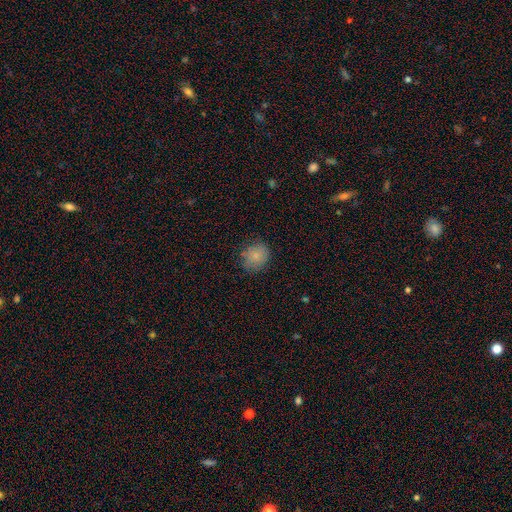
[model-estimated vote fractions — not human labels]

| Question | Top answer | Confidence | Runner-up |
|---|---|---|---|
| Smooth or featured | smooth | 82% | star or artifact (10%) |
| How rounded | round | 76% | in between (23%) |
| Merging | none | 79% | minor disturbance (16%) |